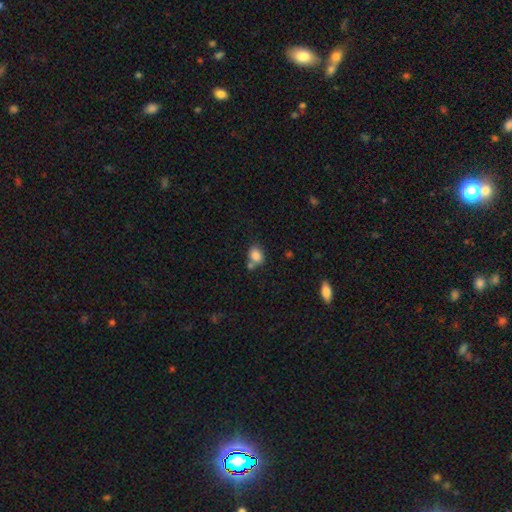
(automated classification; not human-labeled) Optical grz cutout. It shows a smooth galaxy with no disk features (84%) that is in between round and cigar-shaped (56%). Merging: none (57%).